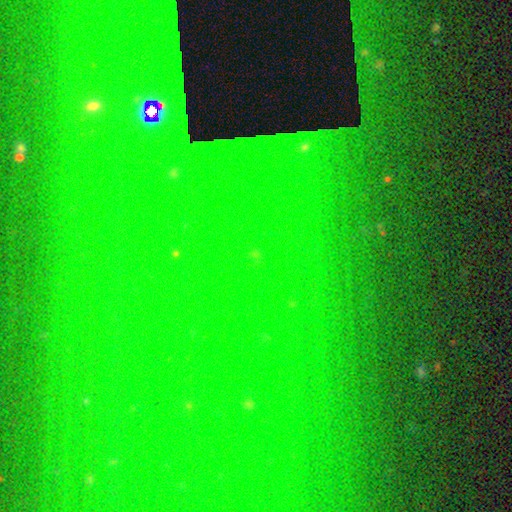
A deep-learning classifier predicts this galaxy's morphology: smooth_or_featured: star or artifact (p=0.80) [alt: smooth p=0.11]